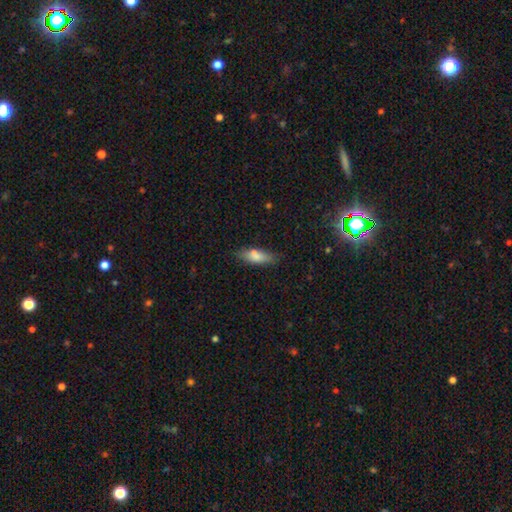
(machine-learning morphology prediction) Smooth or featured: smooth — 78% (featured or disk — 14%)
How rounded: in between — 65% (cigar-shaped — 32%)
Merging: none — 70% (minor disturbance — 21%)